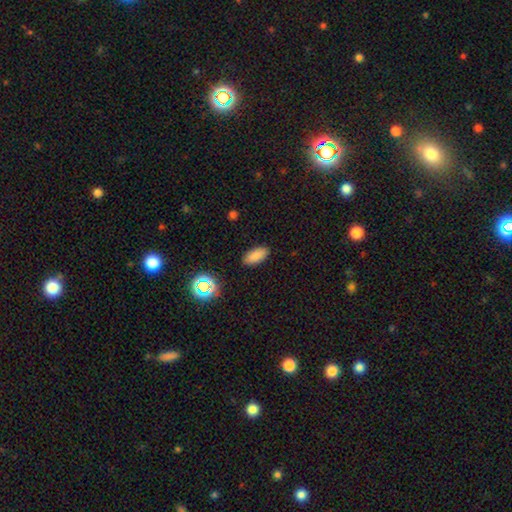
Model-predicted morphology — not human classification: The model was most divided on "smooth or featured": smooth: 83%, star or artifact: 12%, featured or disk: 5%. More confident: how rounded — in between (90%); merging — none (87%).